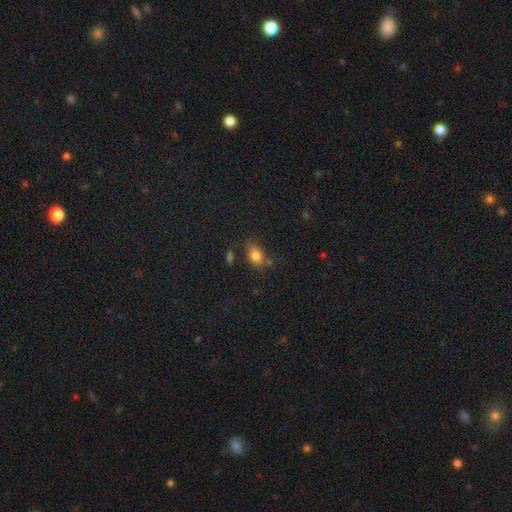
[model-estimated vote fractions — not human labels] This is likely a smooth galaxy (80%). How rounded: likely in between (66%). Merging: likely none (62%).